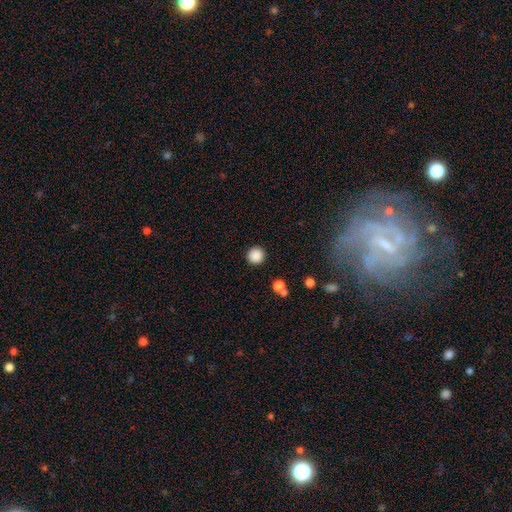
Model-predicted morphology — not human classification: smooth-or-featured: smooth: 87% | star or artifact: 10% | featured or disk: 3%
  how-rounded: round: 95% | in between: 4% | cigar-shaped: 1%
  merging: none: 91% | minor disturbance: 5% | merger: 2% | major disturbance: 2%